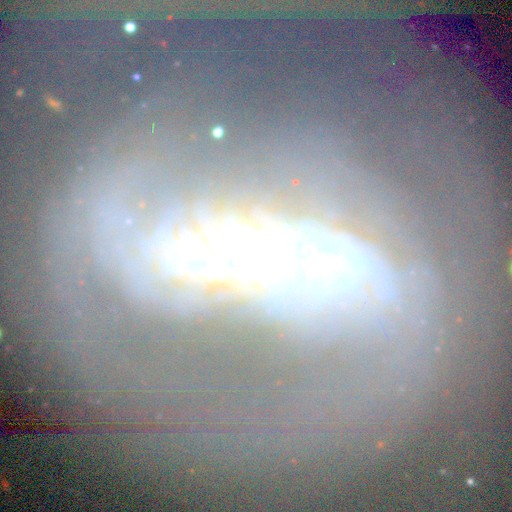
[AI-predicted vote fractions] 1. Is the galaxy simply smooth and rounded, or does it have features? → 81% featured or disk, 10% star or artifact, 8% smooth.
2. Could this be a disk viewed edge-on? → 90% no, 10% yes.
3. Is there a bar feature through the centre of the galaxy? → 62% strong, 21% weak, 17% no.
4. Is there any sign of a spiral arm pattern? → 71% yes, 29% no.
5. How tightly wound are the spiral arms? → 41% tight, 38% medium, 21% loose.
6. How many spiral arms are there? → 41% 2, 29% can't tell, 10% 1, 9% 3, 6% 4, 5% more than 4.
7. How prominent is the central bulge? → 44% moderate, 22% large, 20% small, 9% none, 6% dominant.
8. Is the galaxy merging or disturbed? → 45% none, 31% major disturbance, 17% minor disturbance, 7% merger.